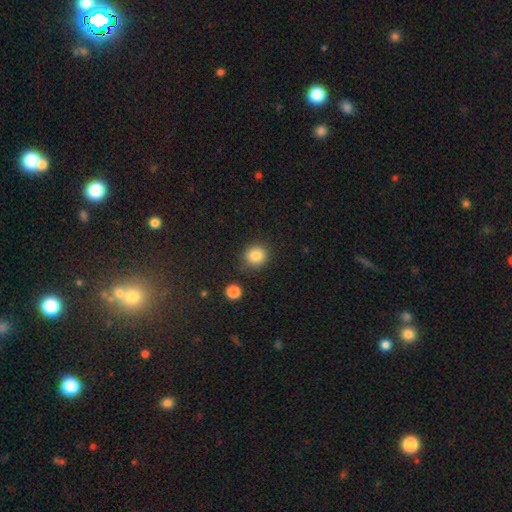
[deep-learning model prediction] Smooth or featured? smooth (85%)
How rounded? round (87%)
Merging? none (86%)